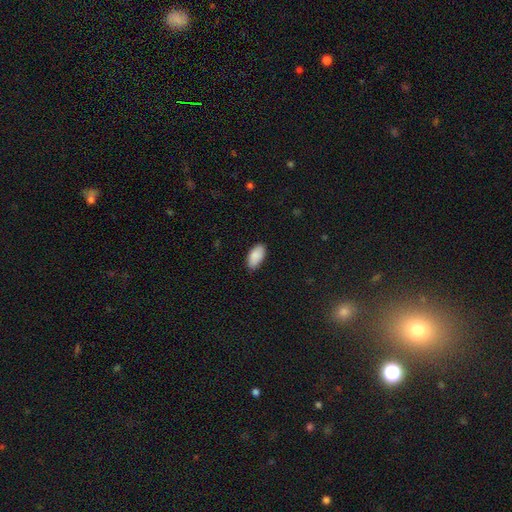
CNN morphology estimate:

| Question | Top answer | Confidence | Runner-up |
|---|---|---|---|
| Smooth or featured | smooth | 89% | star or artifact (7%) |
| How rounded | in between | 94% | cigar-shaped (4%) |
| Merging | none | 83% | minor disturbance (14%) |